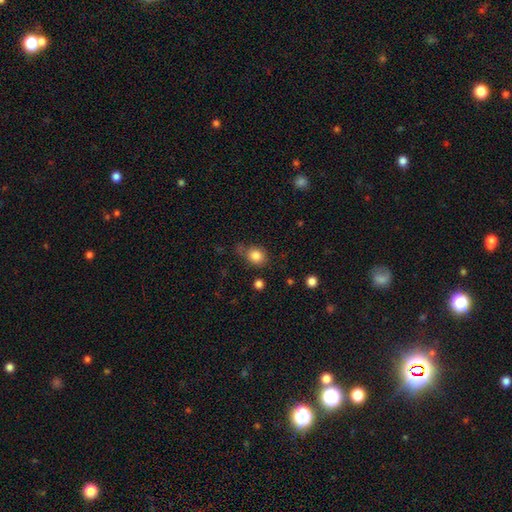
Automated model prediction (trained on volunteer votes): Smooth or featured? Predicted: smooth (p=0.84). How rounded? Predicted: round (p=0.71). Merging? Predicted: none (p=0.67).